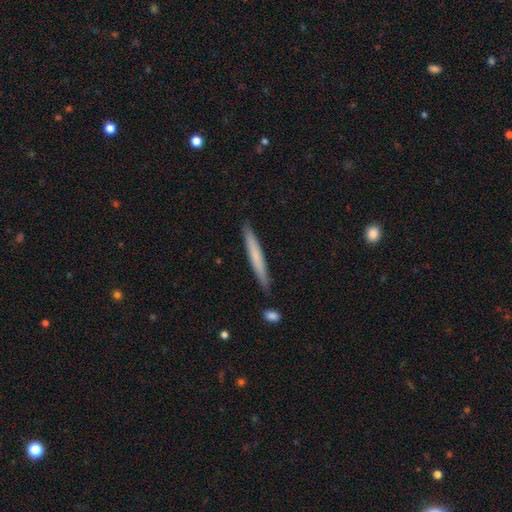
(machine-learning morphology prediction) Q: Smooth or featured?
A: smooth (63%); runner-up: featured or disk (31%)
Q: How rounded?
A: cigar-shaped (97%); runner-up: in between (2%)
Q: Merging?
A: none (88%); runner-up: minor disturbance (8%)